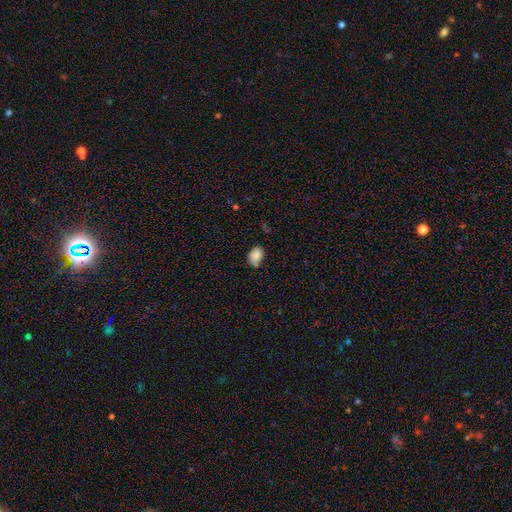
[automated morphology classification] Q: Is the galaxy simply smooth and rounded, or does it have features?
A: smooth — 86%.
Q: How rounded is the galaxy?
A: in between — 75%.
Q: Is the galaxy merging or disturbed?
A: none — 58%.